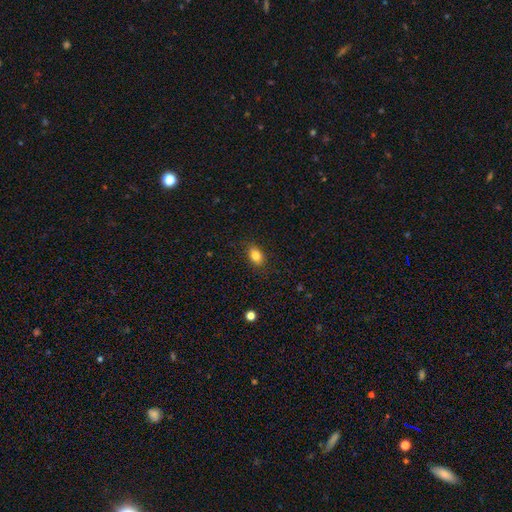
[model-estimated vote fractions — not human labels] Overall: smooth (84%). How rounded: in between (80%). Merging: none (85%).